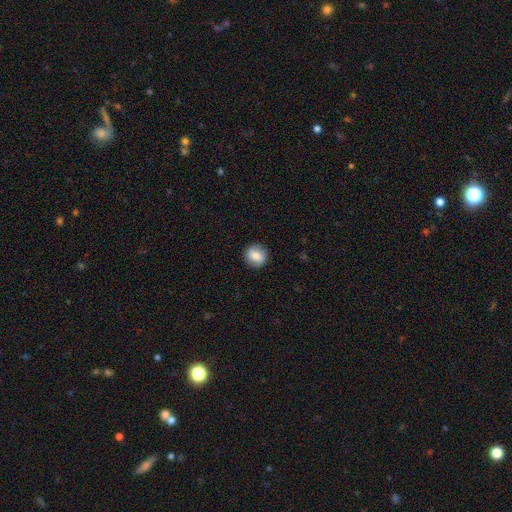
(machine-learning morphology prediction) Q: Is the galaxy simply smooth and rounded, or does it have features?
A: smooth — 76%.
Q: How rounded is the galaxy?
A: round — 87%.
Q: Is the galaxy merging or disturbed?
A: none — 89%.